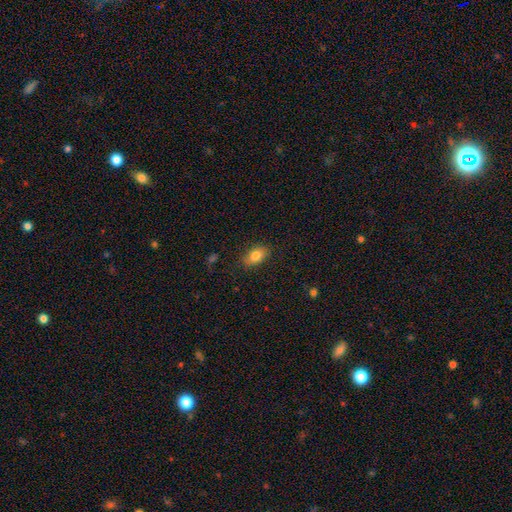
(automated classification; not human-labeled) smooth_or_featured: smooth (p=0.82) [alt: featured or disk p=0.10]
how_rounded: in between (p=0.88) [alt: round p=0.08]
merging: none (p=0.84) [alt: minor disturbance p=0.12]